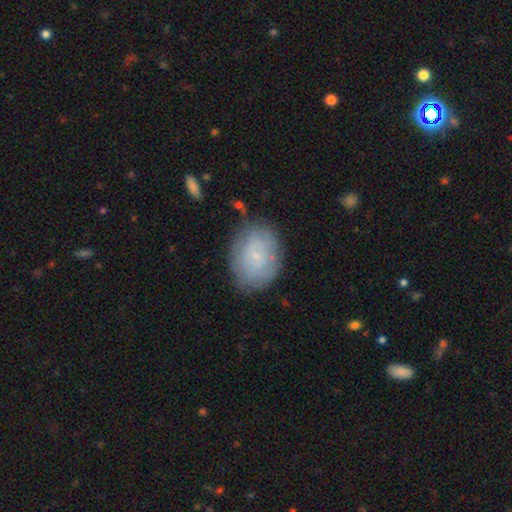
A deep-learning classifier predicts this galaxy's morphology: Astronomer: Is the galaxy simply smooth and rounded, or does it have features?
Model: smooth — 54% (runner-up: featured or disk, 38%).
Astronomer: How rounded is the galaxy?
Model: in between — 70%.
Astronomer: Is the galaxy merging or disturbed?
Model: none — 75%.